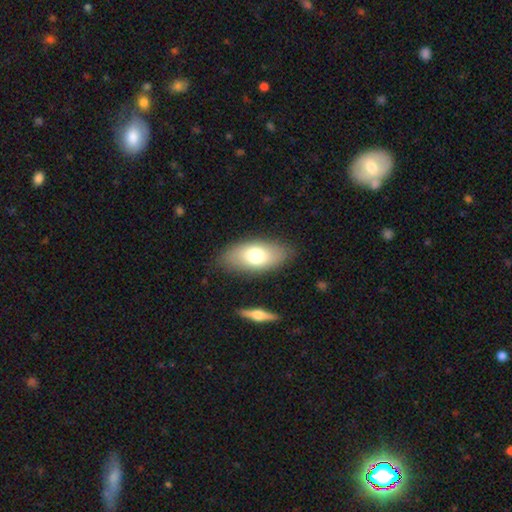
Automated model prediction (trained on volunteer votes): Q: Smooth or featured?
A: smooth (68%); runner-up: featured or disk (25%)
Q: How rounded?
A: in between (89%); runner-up: cigar-shaped (6%)
Q: Merging?
A: none (82%); runner-up: minor disturbance (12%)